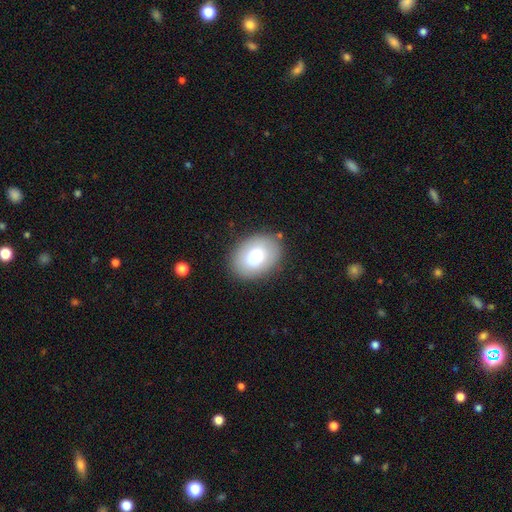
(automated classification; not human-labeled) smooth-or-featured: smooth: 73% | featured or disk: 19% | star or artifact: 8%
  how-rounded: in between: 71% | round: 29% | cigar-shaped: 1%
  merging: none: 84% | minor disturbance: 11% | major disturbance: 3% | merger: 2%